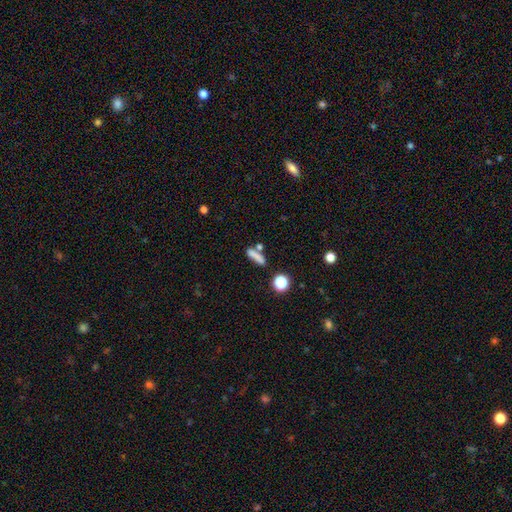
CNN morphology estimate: This appears to be a smooth galaxy with no disk features (73%) that is cigar-shaped (71%). Merging: none (62%).